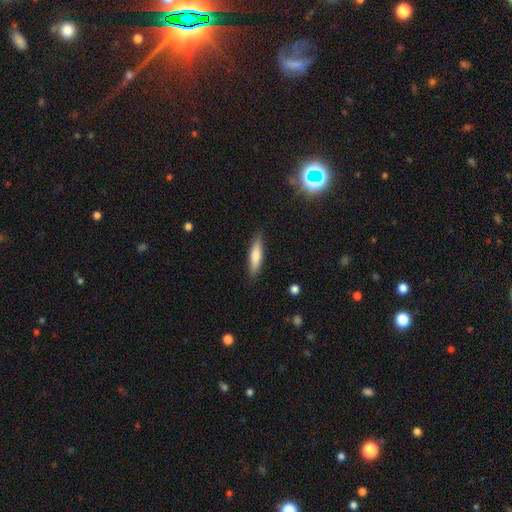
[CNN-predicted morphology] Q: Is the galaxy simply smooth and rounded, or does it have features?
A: smooth — 70%.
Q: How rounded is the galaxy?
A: cigar-shaped — 77%.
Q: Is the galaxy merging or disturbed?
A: none — 88%.